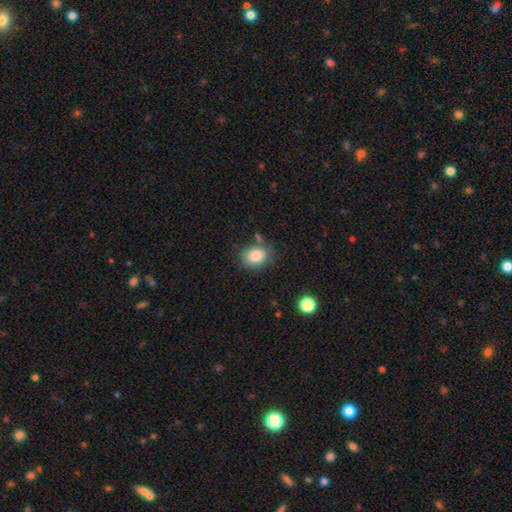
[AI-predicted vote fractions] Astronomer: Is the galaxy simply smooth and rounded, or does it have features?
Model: smooth — 84%.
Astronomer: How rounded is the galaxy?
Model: in between — 57% (runner-up: round, 42%).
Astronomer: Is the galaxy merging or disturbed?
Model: none — 70%.